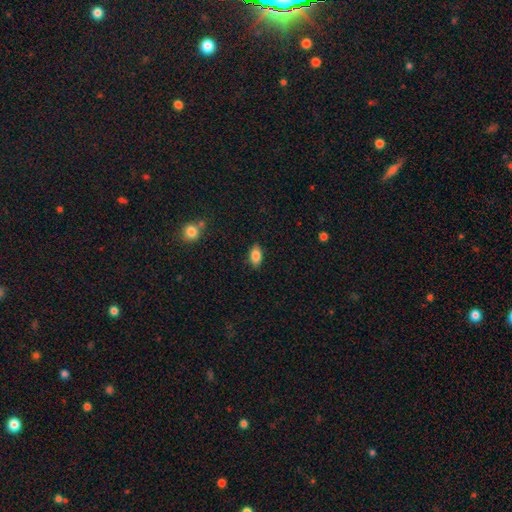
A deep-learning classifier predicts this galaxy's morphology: smooth-or-featured: smooth: 85% | star or artifact: 8% | featured or disk: 7%
  how-rounded: in between: 90% | round: 6% | cigar-shaped: 3%
  merging: none: 86% | minor disturbance: 10% | major disturbance: 2% | merger: 1%